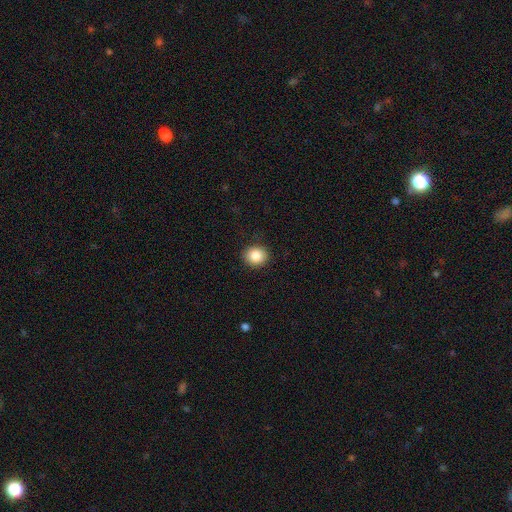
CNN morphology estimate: smooth 86%, star or artifact 9%, featured or disk 5%. Down the decision tree: how rounded — round (77%); merging — none (90%).